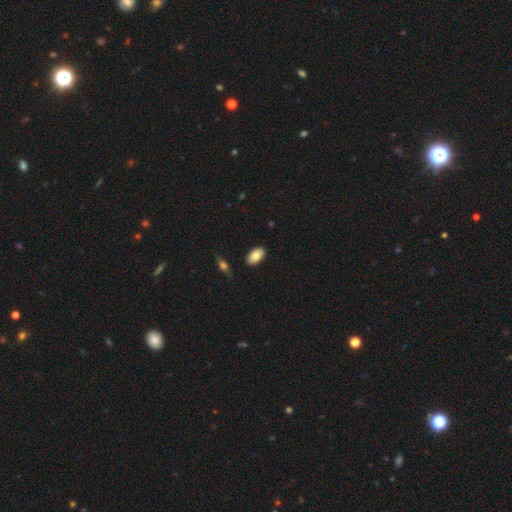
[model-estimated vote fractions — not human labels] Smooth or featured: smooth — 82% (featured or disk — 11%)
How rounded: in between — 94% (round — 4%)
Merging: none — 88% (minor disturbance — 8%)